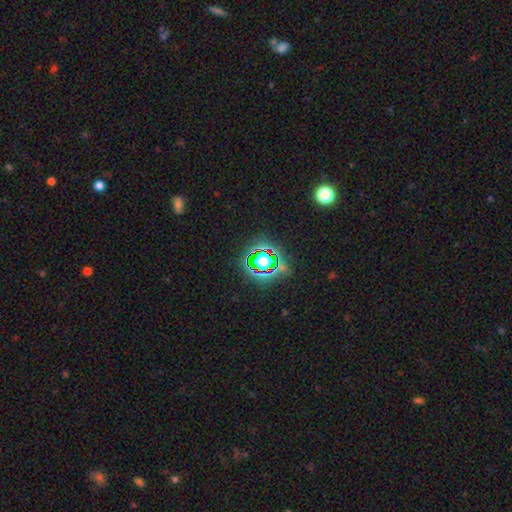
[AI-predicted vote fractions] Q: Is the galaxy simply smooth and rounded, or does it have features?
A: star or artifact — 71%.